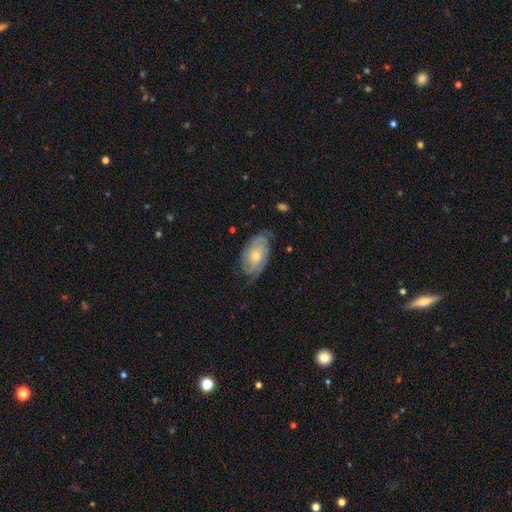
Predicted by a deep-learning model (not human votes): Smooth or featured?
  - featured or disk: 75% *
  - smooth: 18%
  - star or artifact: 6%
Edge-on disk?
  - no: 94% *
  - yes: 6%
Bar?
  - no: 73% *
  - weak: 22%
  - strong: 5%
Spiral arms?
  - yes: 90% *
  - no: 10%
Spiral winding?
  - tight: 61% *
  - medium: 29%
  - loose: 10%
Spiral arm count?
  - 2: 44% *
  - can't tell: 32%
  - 3: 12%
  - 4: 5%
  - 1: 4%
  - more than 4: 3%
Bulge size?
  - moderate: 50% *
  - small: 46%
  - large: 2%
  - none: 1%
  - dominant: 1%
Merging?
  - none: 71% *
  - minor disturbance: 21%
  - major disturbance: 7%
  - merger: 1%